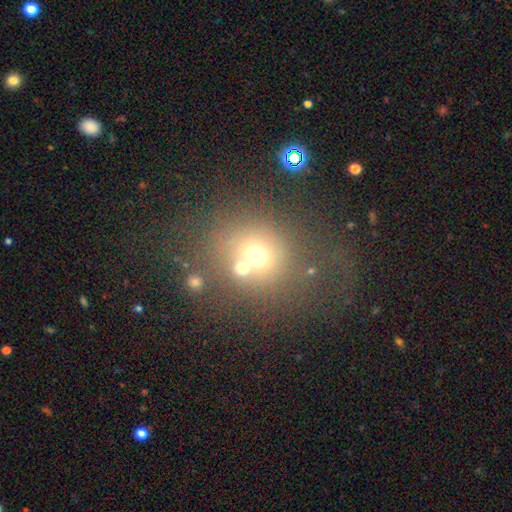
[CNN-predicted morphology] Overall: smooth (60%; star or artifact 21%). How rounded: round (79%). Merging: none (47%; merger 28%).